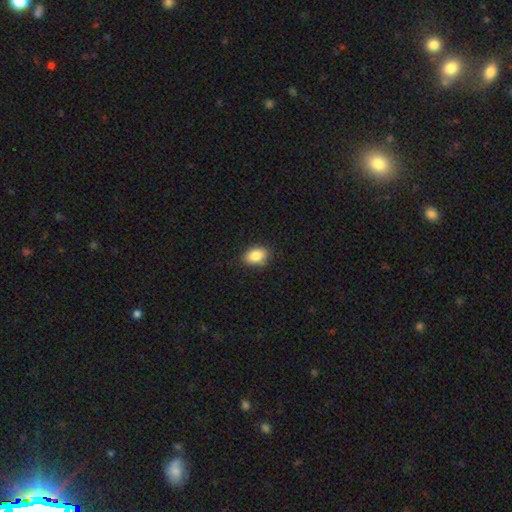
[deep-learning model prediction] smooth 86%, star or artifact 8%, featured or disk 6%. Down the decision tree: how rounded — in between (82%); merging — none (84%).